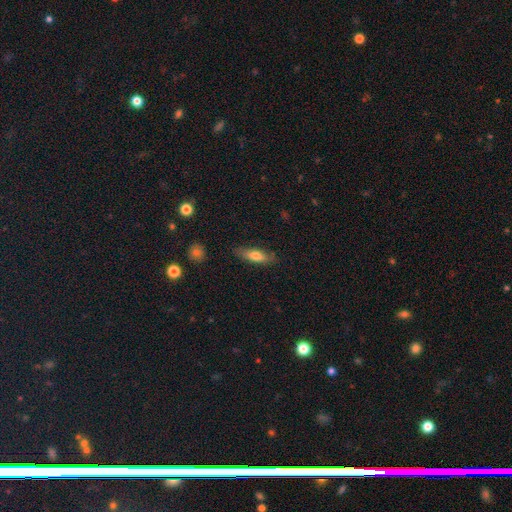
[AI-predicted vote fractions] Smooth or featured?
  - smooth: 69% *
  - featured or disk: 25%
  - star or artifact: 6%
How rounded?
  - in between: 50% *
  - cigar-shaped: 48%
  - round: 2%
Merging?
  - none: 81% *
  - minor disturbance: 14%
  - major disturbance: 3%
  - merger: 1%